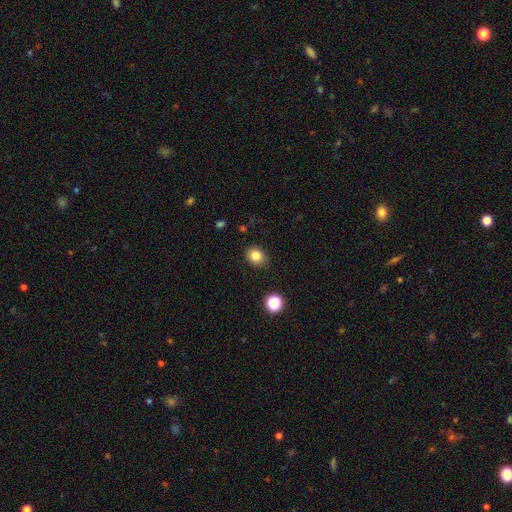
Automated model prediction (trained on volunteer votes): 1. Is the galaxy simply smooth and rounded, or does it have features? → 82% smooth, 12% star or artifact, 6% featured or disk.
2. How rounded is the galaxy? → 63% round, 36% in between, 1% cigar-shaped.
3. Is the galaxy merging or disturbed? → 87% none, 9% minor disturbance, 2% major disturbance, 2% merger.